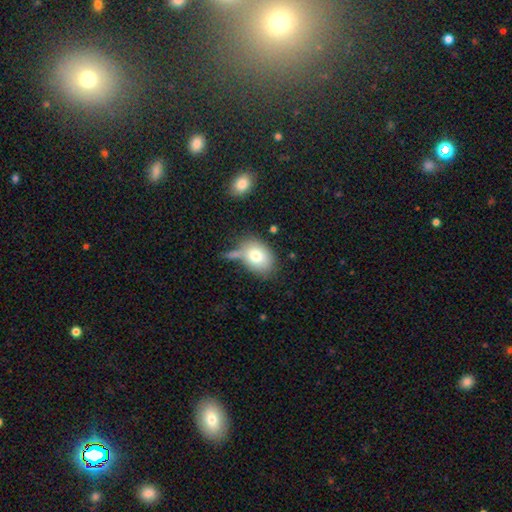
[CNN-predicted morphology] A smooth galaxy with no disk features (78%) that is in between round and cigar-shaped (74%).

Vote fractions:
- Smooth or featured? smooth: 78% / featured or disk: 14% / star or artifact: 8%
- How rounded? in between: 74% / round: 25% / cigar-shaped: 1%
- Merging? none: 55% / minor disturbance: 20% / merger: 15% / major disturbance: 9%